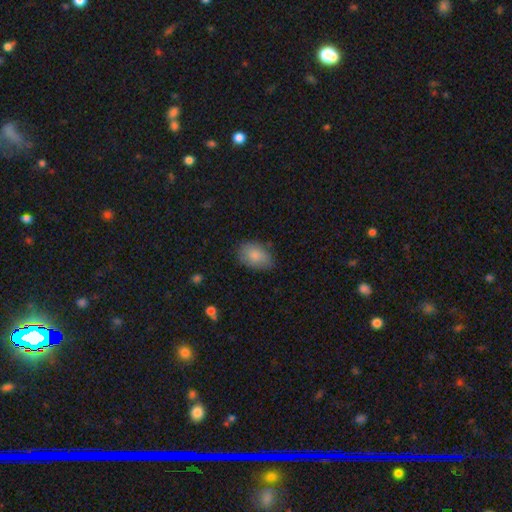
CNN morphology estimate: Smooth or featured?
  - smooth: 85% *
  - featured or disk: 9%
  - star or artifact: 7%
How rounded?
  - in between: 86% *
  - round: 13%
  - cigar-shaped: 1%
Merging?
  - none: 79% *
  - minor disturbance: 16%
  - major disturbance: 3%
  - merger: 1%